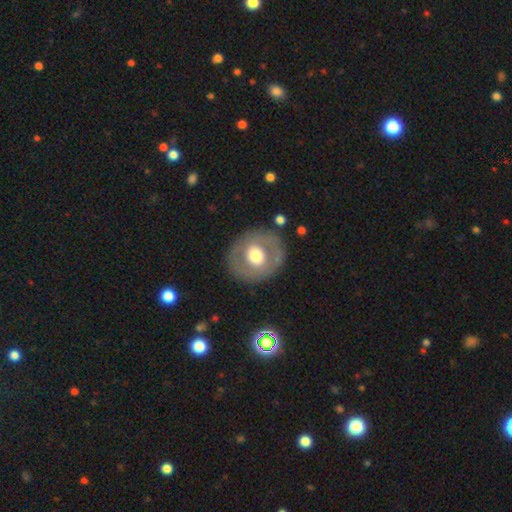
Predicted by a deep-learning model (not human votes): Smooth or featured? smooth (48%)
Merging? none (83%)